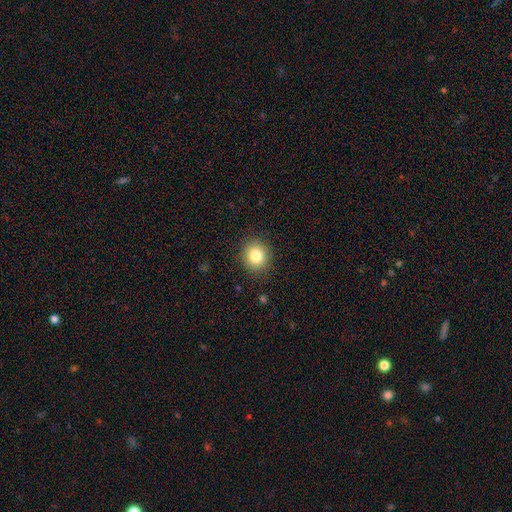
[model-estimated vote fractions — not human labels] Morphology: type=smooth (82%); roundness=round (82%); merging=none (89%).